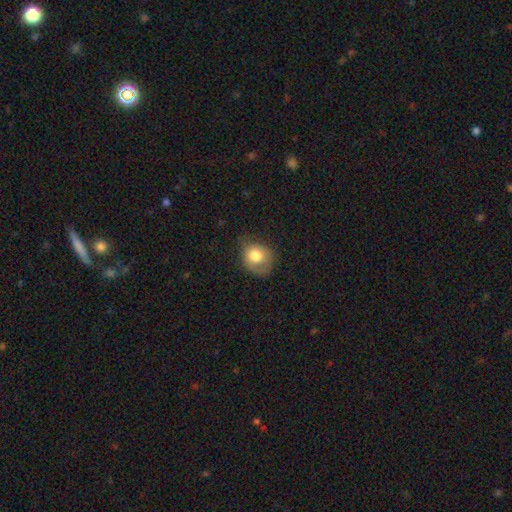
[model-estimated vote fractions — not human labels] smooth-or-featured: smooth: 74% | featured or disk: 17% | star or artifact: 8%
  how-rounded: round: 66% | in between: 33% | cigar-shaped: 1%
  merging: none: 49% | minor disturbance: 33% | major disturbance: 17% | merger: 2%